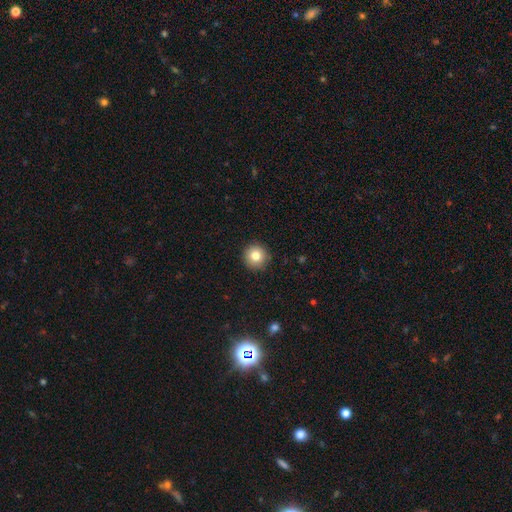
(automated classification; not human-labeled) Morphology: type=smooth (81%); roundness=round (95%); merging=none (92%).